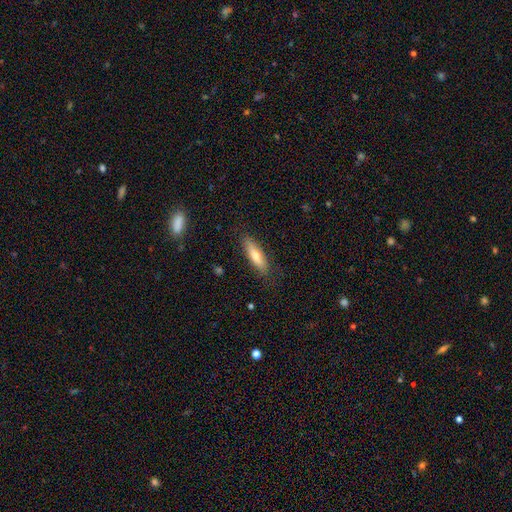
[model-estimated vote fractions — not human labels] The model was most divided on "how rounded": cigar-shaped: 62%, in between: 36%, round: 2%. More confident: merging — none (84%); smooth or featured — smooth (69%).